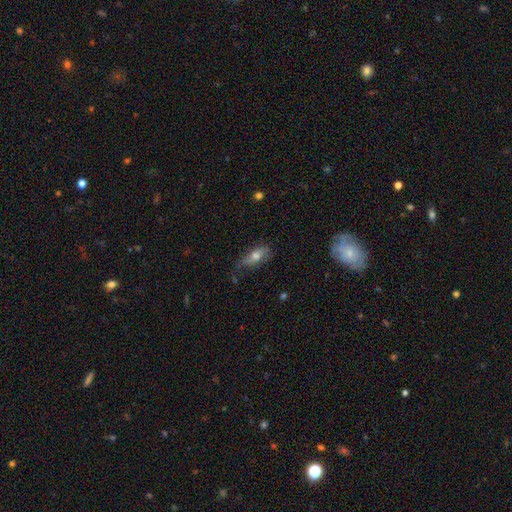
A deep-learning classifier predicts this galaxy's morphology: Q: Smooth or featured?
A: smooth (61%); runner-up: featured or disk (30%)
Q: How rounded?
A: in between (73%); runner-up: cigar-shaped (23%)
Q: Merging?
A: none (55%); runner-up: minor disturbance (33%)